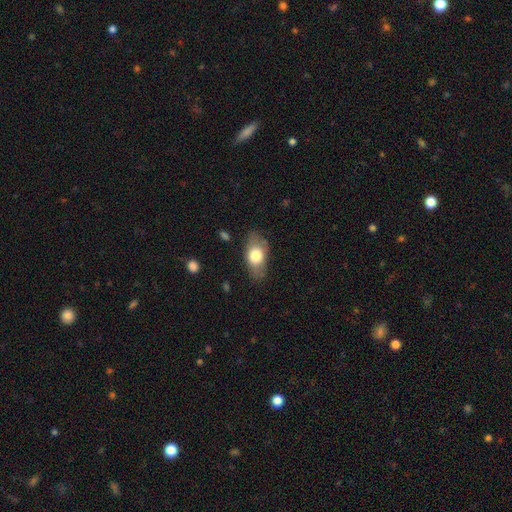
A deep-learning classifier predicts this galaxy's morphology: smooth 71%, featured or disk 22%, star or artifact 7%. Down the decision tree: how rounded — in between (87%); merging — none (77%).